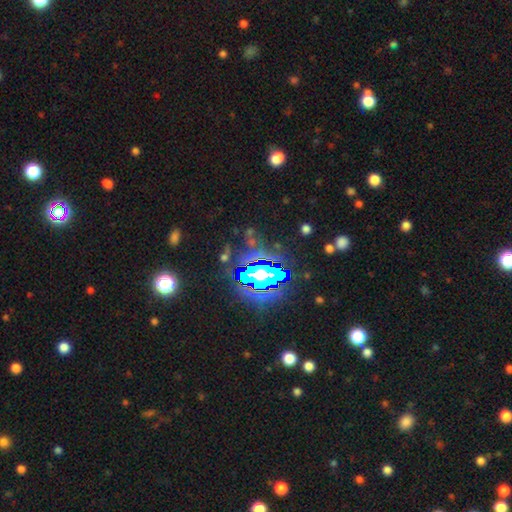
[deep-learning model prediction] star or artifact 83%, smooth 9%, featured or disk 8%.